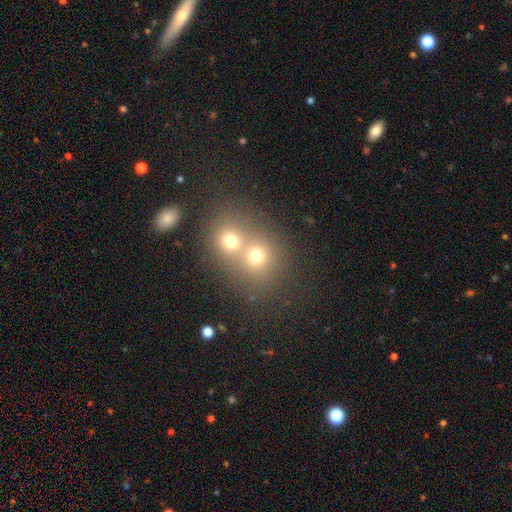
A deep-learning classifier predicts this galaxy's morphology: This is likely a smooth galaxy (69%). How rounded: likely round (79%). Merging: likely merger (61%).